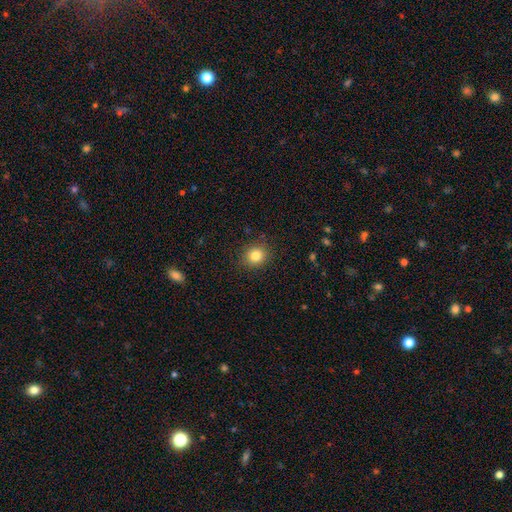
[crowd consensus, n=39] Smooth or featured? 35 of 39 (90%) said smooth. How rounded? 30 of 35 (86%) said round. Merging? 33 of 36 (92%) said none.